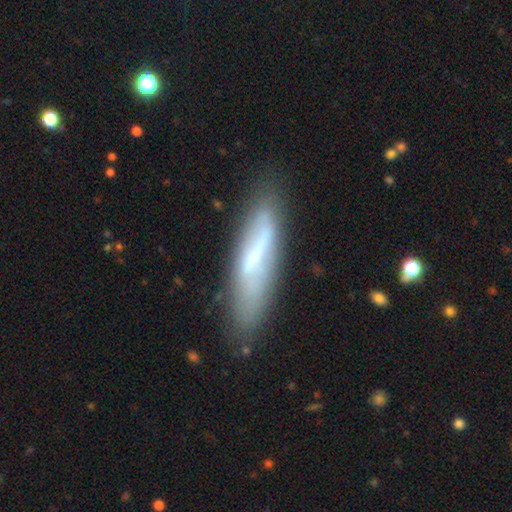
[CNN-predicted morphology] Smooth or featured? Predicted: featured or disk (p=0.47). Merging? Predicted: none (p=0.72).